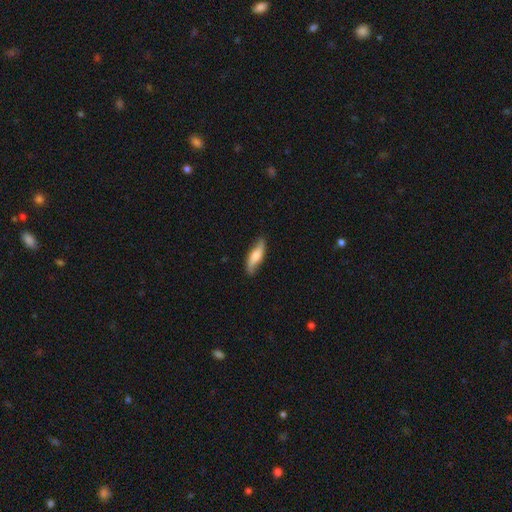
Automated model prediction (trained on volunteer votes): A smooth galaxy with no disk features (54%) that is cigar-shaped (54%). Merging: none (80%).